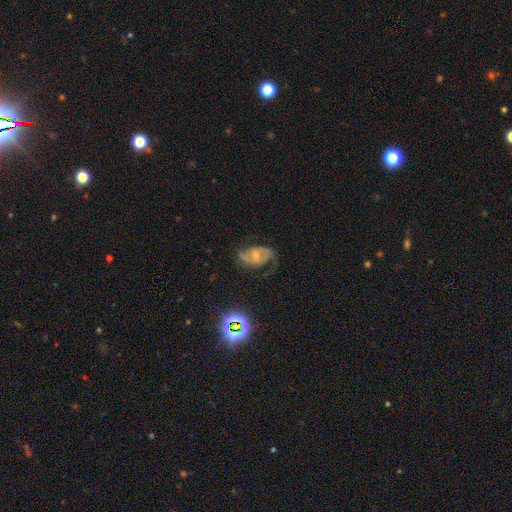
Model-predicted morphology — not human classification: This appears to be a featured or disk galaxy (69%) with no bar (51%), 2 (81%) medium (45%) spiral arms (84%) and a moderate central bulge (50%). Merging: none (58%).